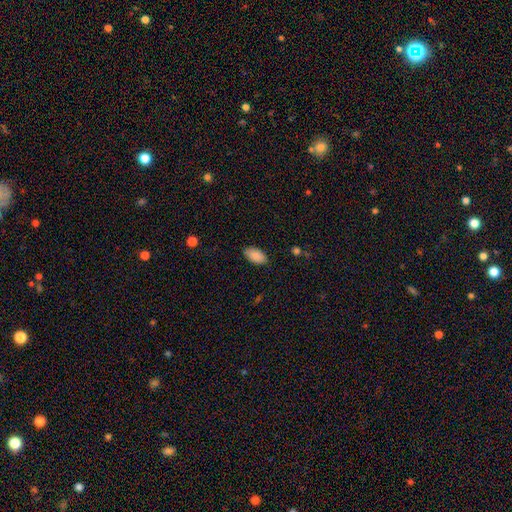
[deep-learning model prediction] Smooth or featured: smooth — 90% (star or artifact — 7%)
How rounded: in between — 94% (round — 3%)
Merging: none — 85% (minor disturbance — 11%)